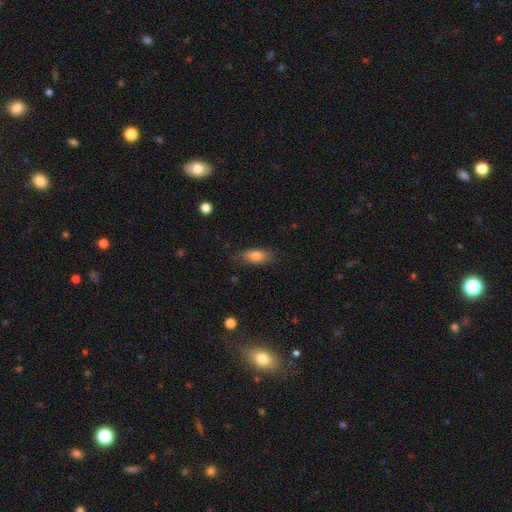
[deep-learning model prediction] Smooth or featured? smooth (81%)
How rounded? in between (77%)
Merging? none (80%)